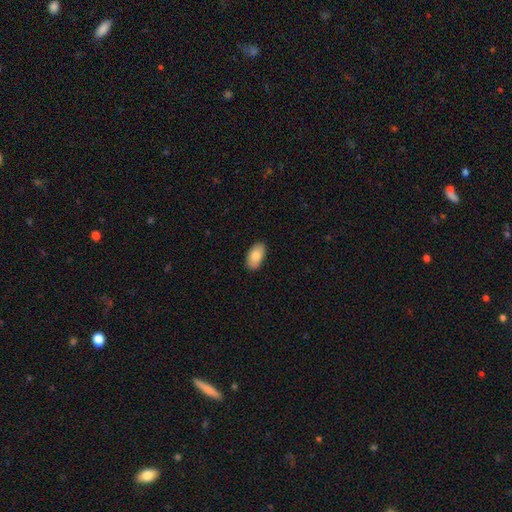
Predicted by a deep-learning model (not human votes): Smooth or featured? Predicted: smooth (p=0.83). How rounded? Predicted: in between (p=0.95). Merging? Predicted: none (p=0.88).